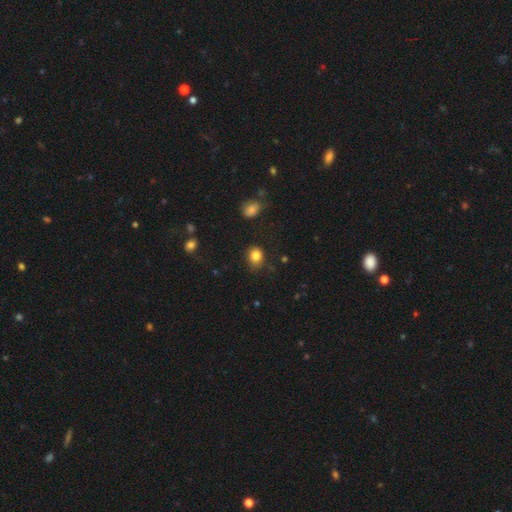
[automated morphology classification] smooth-or-featured: smooth: 84% | star or artifact: 10% | featured or disk: 5%
  how-rounded: round: 55% | in between: 44% | cigar-shaped: 1%
  merging: none: 75% | minor disturbance: 19% | major disturbance: 5% | merger: 2%